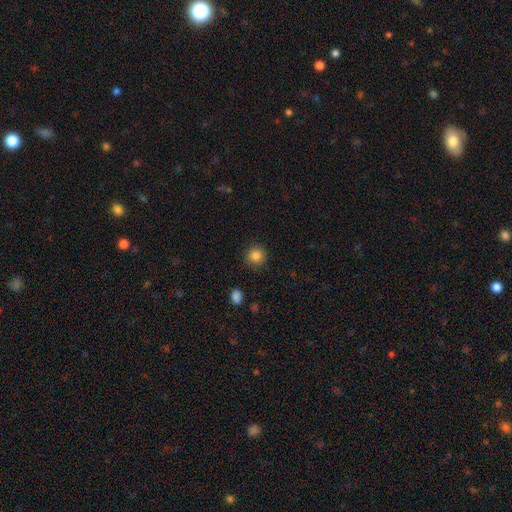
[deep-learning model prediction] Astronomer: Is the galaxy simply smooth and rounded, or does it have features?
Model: smooth — 85%.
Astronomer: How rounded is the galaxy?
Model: round — 93%.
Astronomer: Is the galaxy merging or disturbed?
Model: none — 90%.